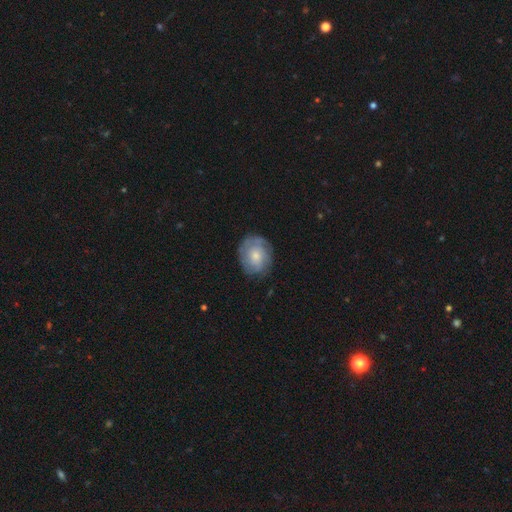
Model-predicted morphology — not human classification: A featured or disk galaxy (50%).

Vote fractions:
- Smooth or featured? featured or disk: 50% / smooth: 43% / star or artifact: 7%
- Edge-on disk? no: 97% / yes: 3%
- Merging? none: 73% / minor disturbance: 19% / major disturbance: 6% / merger: 1%